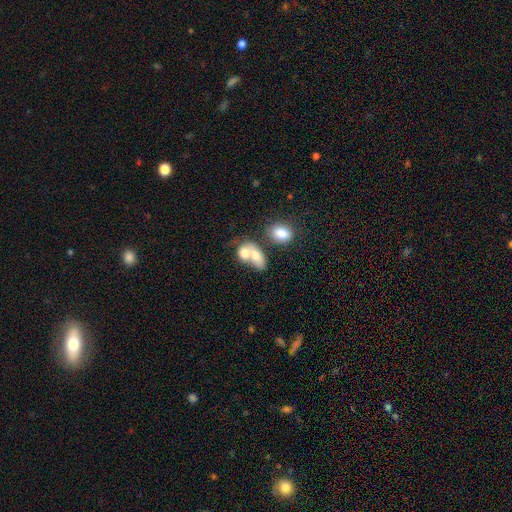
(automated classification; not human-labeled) smooth-or-featured: smooth: 71% | featured or disk: 20% | star or artifact: 8%
  how-rounded: in between: 75% | round: 22% | cigar-shaped: 3%
  merging: merger: 67% | none: 19% | minor disturbance: 8% | major disturbance: 6%